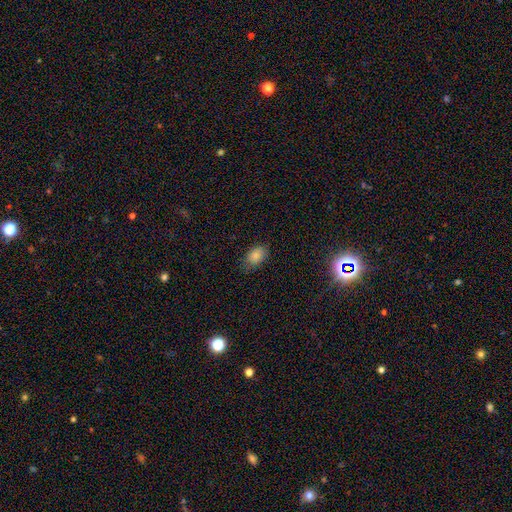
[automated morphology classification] A smooth galaxy with no disk features (85%) that is in between round and cigar-shaped (88%).

Vote fractions:
- Smooth or featured? smooth: 85% / star or artifact: 9% / featured or disk: 6%
- How rounded? in between: 88% / round: 10% / cigar-shaped: 1%
- Merging? none: 77% / minor disturbance: 19% / major disturbance: 4% / merger: 1%